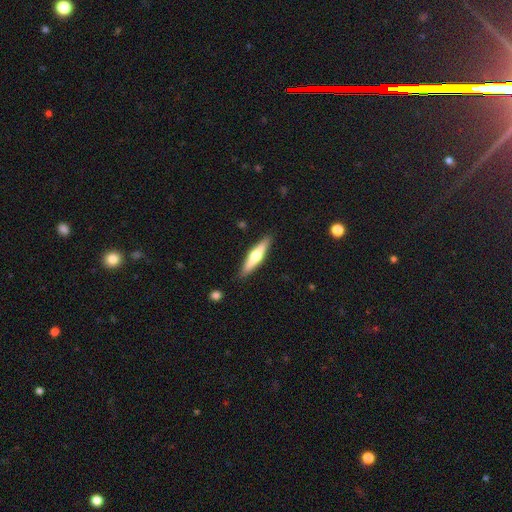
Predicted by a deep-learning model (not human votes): smooth_or_featured: featured or disk (p=0.54) [alt: smooth p=0.41]
disk_edge_on: yes (p=0.94) [alt: no p=0.06]
edge_on_bulge: rounded (p=0.92) [alt: none p=0.04]
merging: none (p=0.90) [alt: minor disturbance p=0.07]